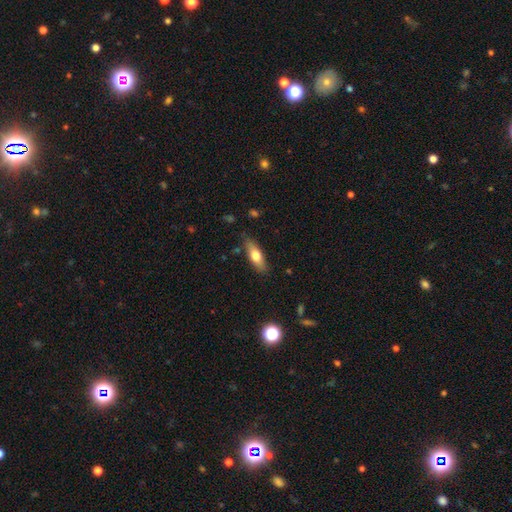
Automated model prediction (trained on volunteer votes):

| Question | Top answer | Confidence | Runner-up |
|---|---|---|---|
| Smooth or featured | smooth | 66% | featured or disk (28%) |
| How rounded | in between | 57% | cigar-shaped (40%) |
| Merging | none | 80% | minor disturbance (15%) |